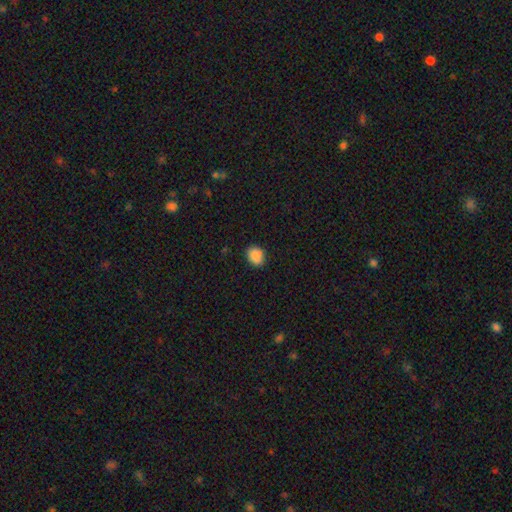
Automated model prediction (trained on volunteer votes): Morphology: type=smooth (87%); roundness=in between (58%); merging=none (79%).